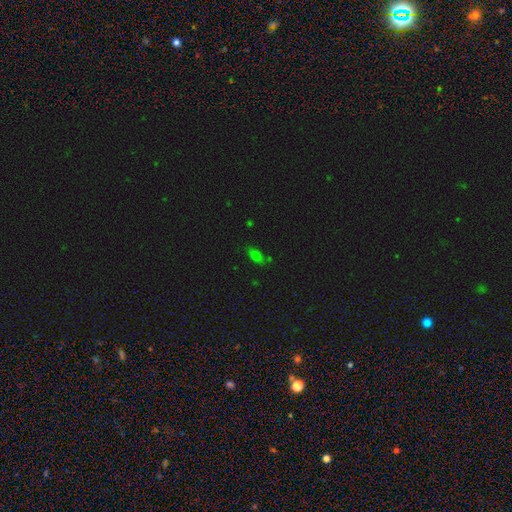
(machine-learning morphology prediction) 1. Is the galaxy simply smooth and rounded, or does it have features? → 65% smooth, 23% star or artifact, 12% featured or disk.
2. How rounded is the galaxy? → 79% in between, 11% cigar-shaped, 11% round.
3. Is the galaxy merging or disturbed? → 76% none, 16% minor disturbance, 4% merger, 4% major disturbance.